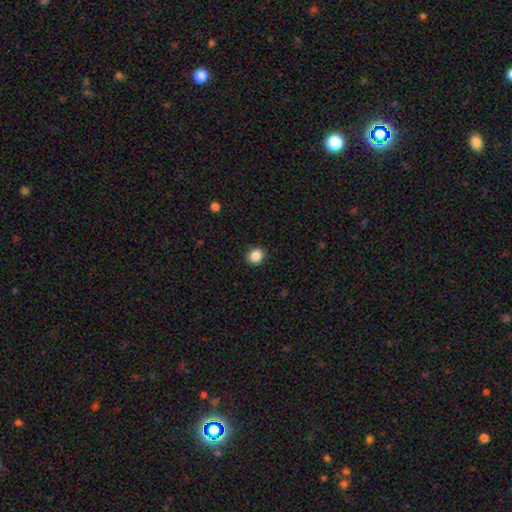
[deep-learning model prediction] This is clearly a smooth galaxy (86%). How rounded: likely round (71%). Merging: clearly none (90%).